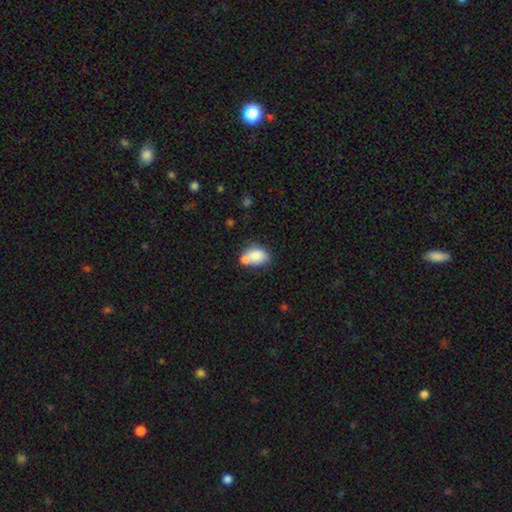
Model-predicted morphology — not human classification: smooth 78%, featured or disk 14%, star or artifact 8%. Down the decision tree: how rounded — in between (73%); merging — none (39%, tied with merger).